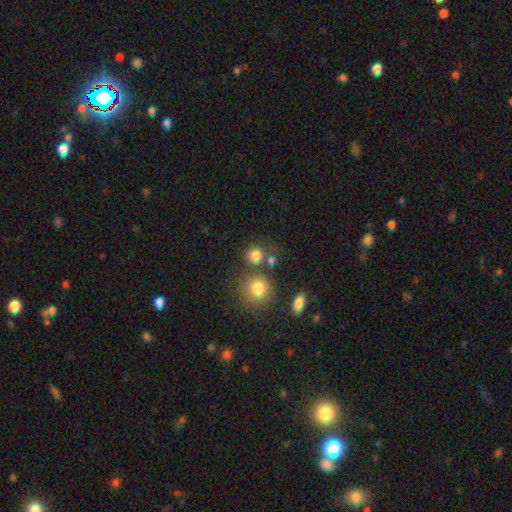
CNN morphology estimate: smooth 81%, star or artifact 13%, featured or disk 6%. Down the decision tree: how rounded — round (85%); merging — none (67%).